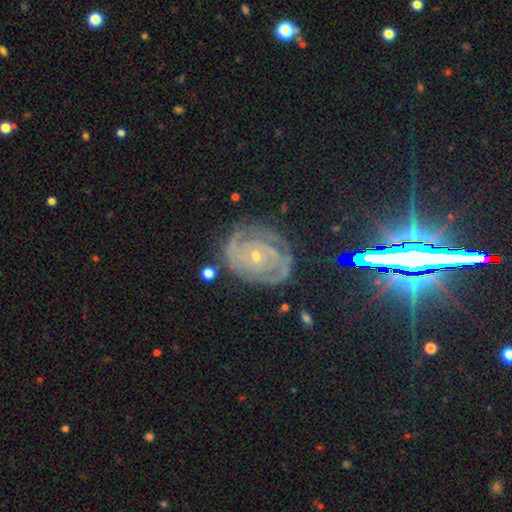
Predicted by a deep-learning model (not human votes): smooth-or-featured: featured or disk: 82% | star or artifact: 11% | smooth: 7%
  disk-edge-on: no: 97% | yes: 3%
    bar: no: 73% | weak: 19% | strong: 7%
    has-spiral-arms: yes: 96% | no: 4%
      spiral-winding: tight: 77% | medium: 19% | loose: 4%
      spiral-arm-count: 2: 34% | can't tell: 24% | 3: 21% | 4: 9% | more than 4: 6% | 1: 6%
    bulge-size: small: 80% | moderate: 17% | none: 1% | large: 1% | dominant: 1%
  merging: none: 75% | minor disturbance: 17% | major disturbance: 6% | merger: 2%